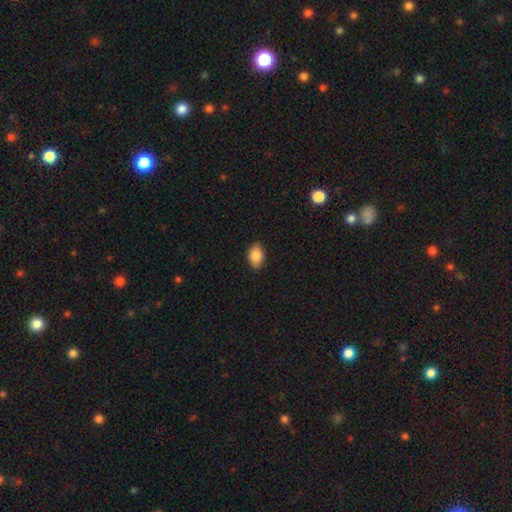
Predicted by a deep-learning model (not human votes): Q: Smooth or featured?
A: smooth (85%); runner-up: star or artifact (7%)
Q: How rounded?
A: in between (89%); runner-up: round (10%)
Q: Merging?
A: none (87%); runner-up: minor disturbance (10%)